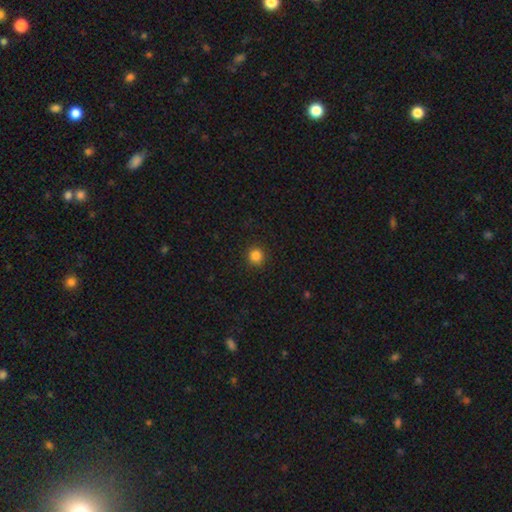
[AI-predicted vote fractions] smooth-or-featured: smooth: 85% | star or artifact: 12% | featured or disk: 4%
  how-rounded: round: 94% | in between: 5% | cigar-shaped: 1%
  merging: none: 92% | minor disturbance: 5% | major disturbance: 2% | merger: 1%